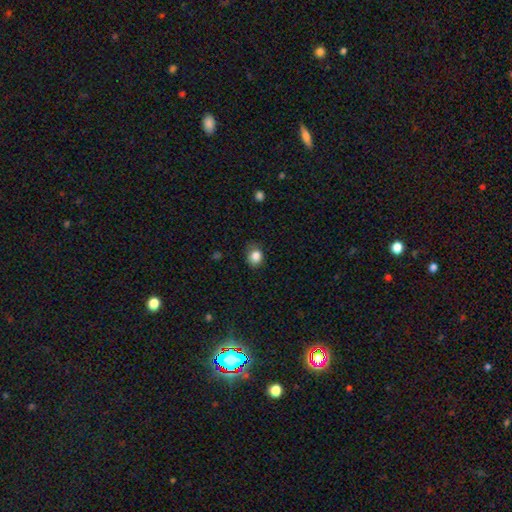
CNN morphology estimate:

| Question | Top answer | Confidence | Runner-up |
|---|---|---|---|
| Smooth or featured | smooth | 84% | star or artifact (10%) |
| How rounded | round | 69% | in between (30%) |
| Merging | none | 75% | minor disturbance (20%) |